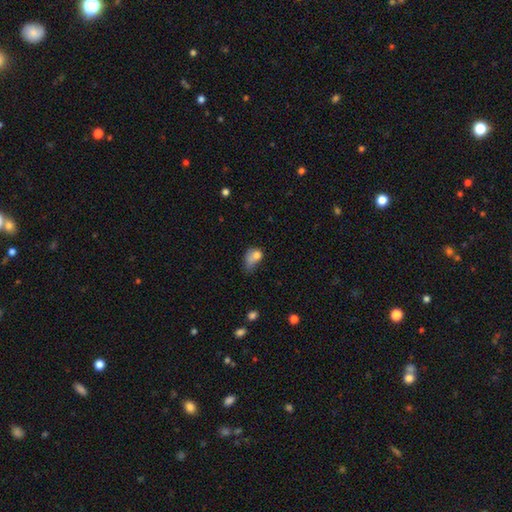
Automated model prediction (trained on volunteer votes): Q: Smooth or featured?
A: smooth (73%); runner-up: featured or disk (16%)
Q: How rounded?
A: in between (67%); runner-up: round (31%)
Q: Merging?
A: major disturbance (37%); runner-up: minor disturbance (29%)